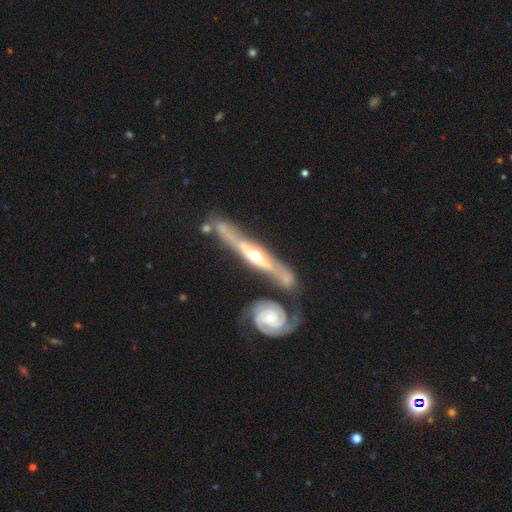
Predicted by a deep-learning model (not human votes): Smooth or featured: featured or disk — 81% (smooth — 15%)
Edge-on disk: yes — 80% (no — 20%)
Edge-on bulge: rounded — 90% (boxy — 5%)
Merging: none — 56% (merger — 21%)